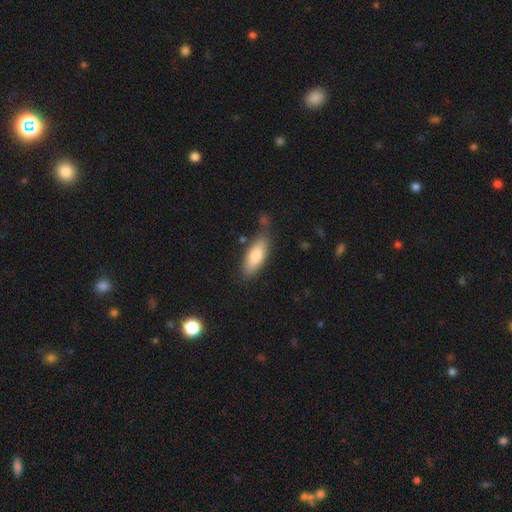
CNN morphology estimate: smooth-or-featured: smooth: 80% | featured or disk: 14% | star or artifact: 6%
  how-rounded: in between: 73% | cigar-shaped: 25% | round: 2%
  merging: none: 75% | minor disturbance: 16% | merger: 5% | major disturbance: 4%